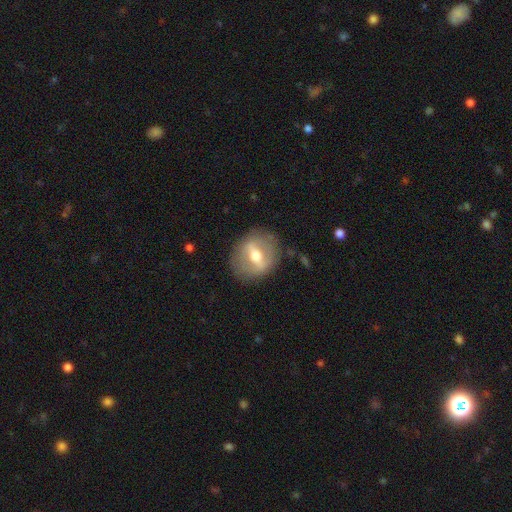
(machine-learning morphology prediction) Smooth or featured? featured or disk (66%)
Edge-on disk? no (76%)
Bar? strong (66%)
Spiral arms? no (83%)
Bulge size? moderate (72%)
Merging? none (84%)